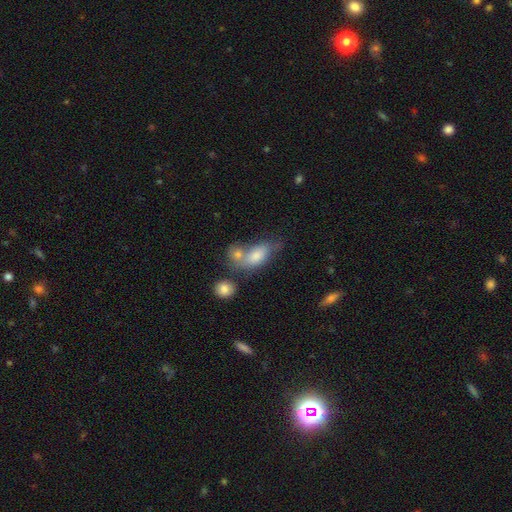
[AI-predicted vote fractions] Morphology: type=smooth (74%); roundness=in between (84%); merging=merger (39%).